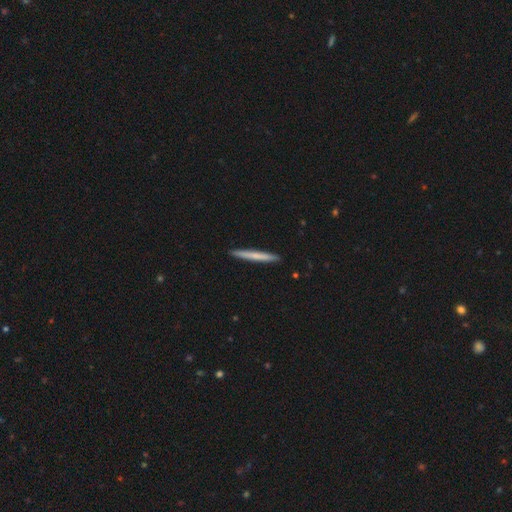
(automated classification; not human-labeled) This appears to be a smooth galaxy with no disk features (65%) that is cigar-shaped (97%). Merging: none (92%).